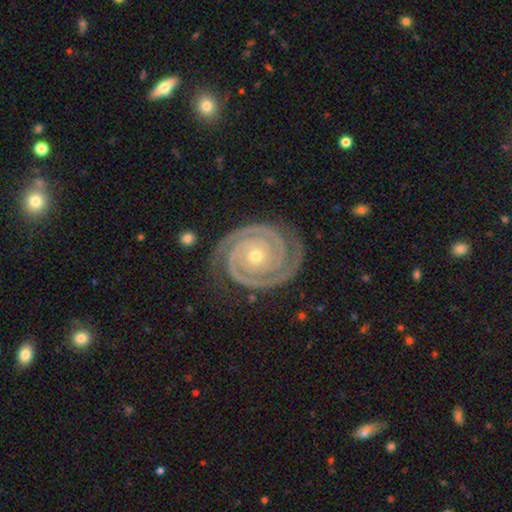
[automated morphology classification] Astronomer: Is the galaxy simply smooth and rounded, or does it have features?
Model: featured or disk — 94%.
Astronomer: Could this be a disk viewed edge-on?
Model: no — 98%.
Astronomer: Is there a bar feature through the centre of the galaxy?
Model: no — 79%.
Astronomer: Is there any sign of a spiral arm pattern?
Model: yes — 99%.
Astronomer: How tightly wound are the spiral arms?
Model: tight — 88%.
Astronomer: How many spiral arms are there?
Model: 2 — 89%.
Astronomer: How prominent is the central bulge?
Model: small — 59% (runner-up: moderate, 39%).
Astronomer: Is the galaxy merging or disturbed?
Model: none — 85%.